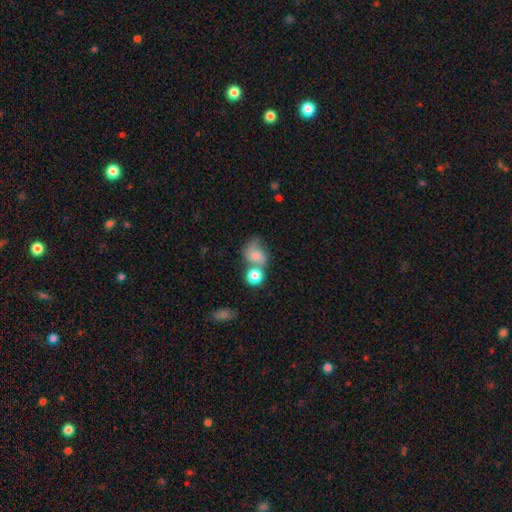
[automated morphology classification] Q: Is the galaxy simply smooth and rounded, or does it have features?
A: smooth — 63%.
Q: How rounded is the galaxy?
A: round — 52%.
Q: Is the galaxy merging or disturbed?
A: merger — 41%.